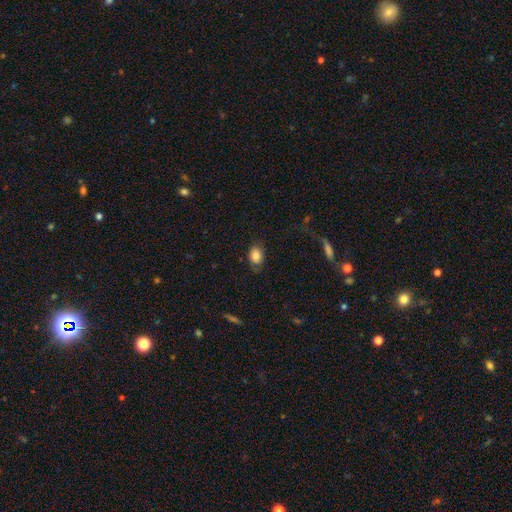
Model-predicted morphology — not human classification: Smooth or featured: smooth — 84% (star or artifact — 9%)
How rounded: in between — 73% (round — 26%)
Merging: none — 73% (minor disturbance — 19%)